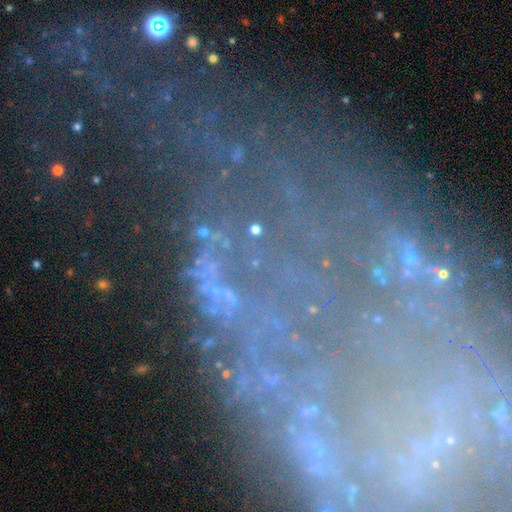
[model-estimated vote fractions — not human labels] Q: Smooth or featured?
A: featured or disk (42%); runner-up: star or artifact (41%)
Q: Merging?
A: none (56%); runner-up: major disturbance (19%)